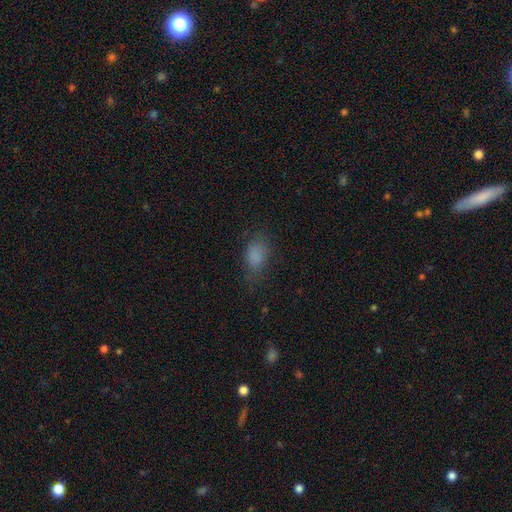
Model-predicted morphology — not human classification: smooth_or_featured: smooth (p=0.81) [alt: star or artifact p=0.11]
how_rounded: in between (p=0.83) [alt: round p=0.13]
merging: none (p=0.66) [alt: minor disturbance p=0.22]